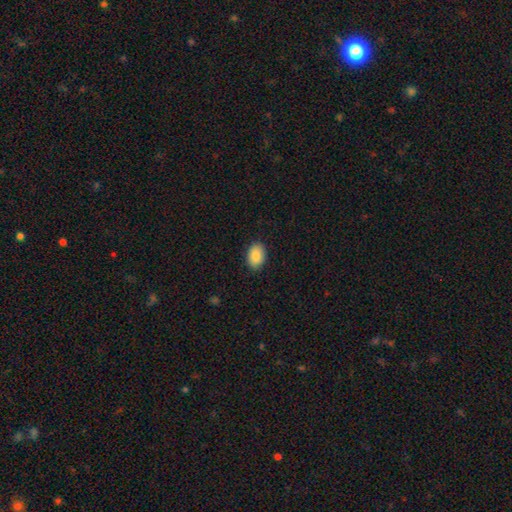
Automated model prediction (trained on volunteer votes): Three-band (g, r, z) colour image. It shows a smooth galaxy with no disk features (88%) that is in between round and cigar-shaped (87%). Merging: none (88%).